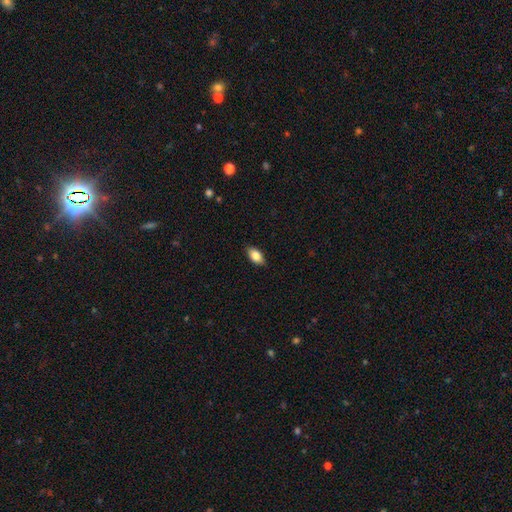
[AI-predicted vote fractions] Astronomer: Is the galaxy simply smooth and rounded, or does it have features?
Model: smooth — 84%.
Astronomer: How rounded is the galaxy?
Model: in between — 91%.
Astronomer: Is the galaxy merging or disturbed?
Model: none — 88%.